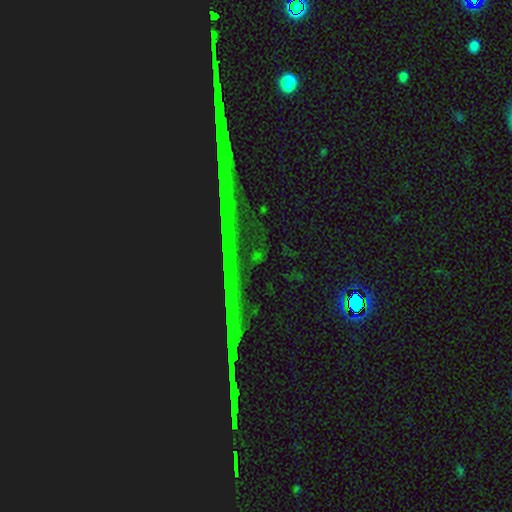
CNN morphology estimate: type=star or artifact (79%).